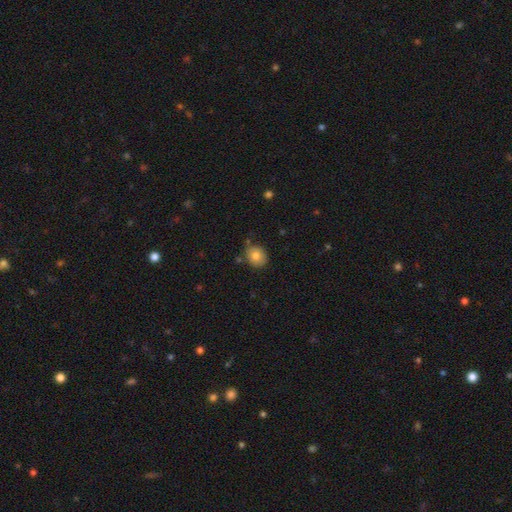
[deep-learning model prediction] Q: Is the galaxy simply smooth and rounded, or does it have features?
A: smooth — 81%.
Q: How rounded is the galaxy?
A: round — 66%.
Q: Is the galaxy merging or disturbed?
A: none — 78%.